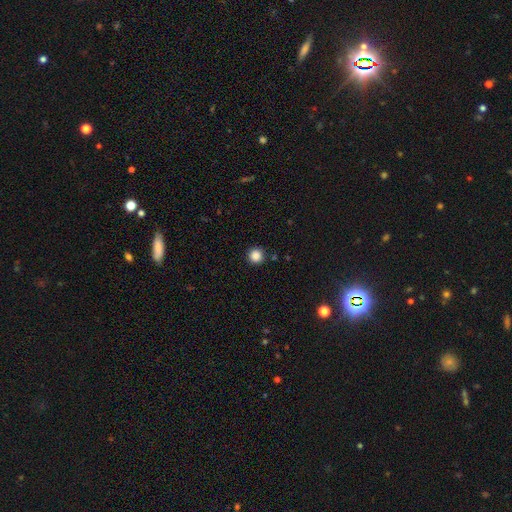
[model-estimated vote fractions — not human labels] Smooth or featured? smooth (86%)
How rounded? round (95%)
Merging? none (91%)